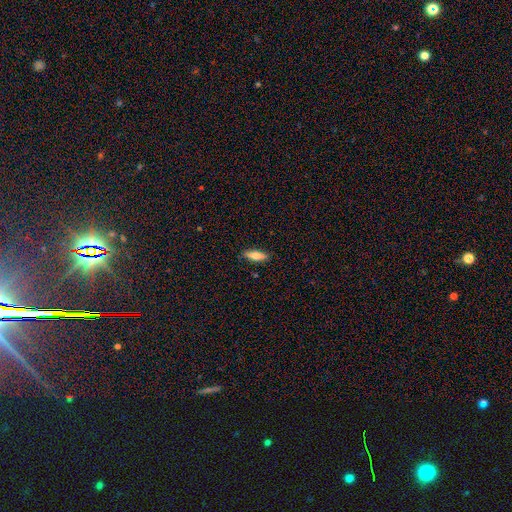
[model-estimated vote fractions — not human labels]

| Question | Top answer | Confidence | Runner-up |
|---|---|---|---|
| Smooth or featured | smooth | 70% | featured or disk (23%) |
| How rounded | cigar-shaped | 51% | in between (47%) |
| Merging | none | 88% | minor disturbance (9%) |